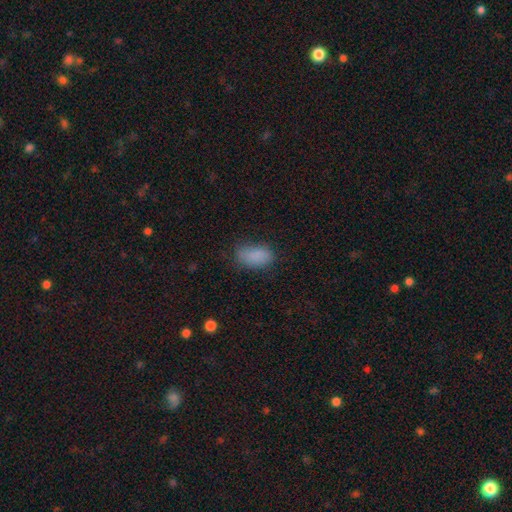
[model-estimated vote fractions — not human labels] This appears to be a smooth galaxy with no disk features (84%) that is in between round and cigar-shaped (92%). Merging: none (63%).